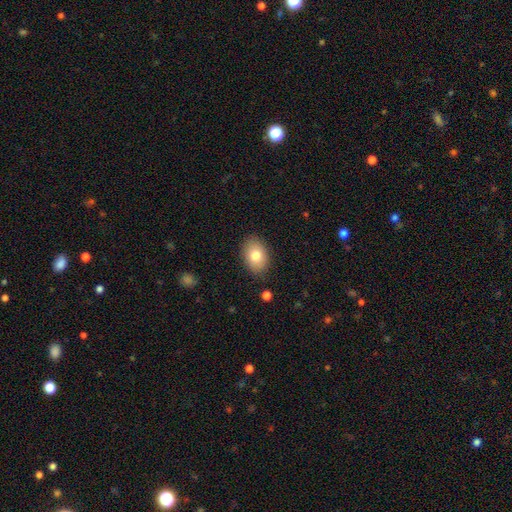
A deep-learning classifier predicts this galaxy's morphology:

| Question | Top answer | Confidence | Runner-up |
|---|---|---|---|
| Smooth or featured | smooth | 79% | featured or disk (13%) |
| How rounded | in between | 82% | round (17%) |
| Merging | none | 85% | minor disturbance (11%) |